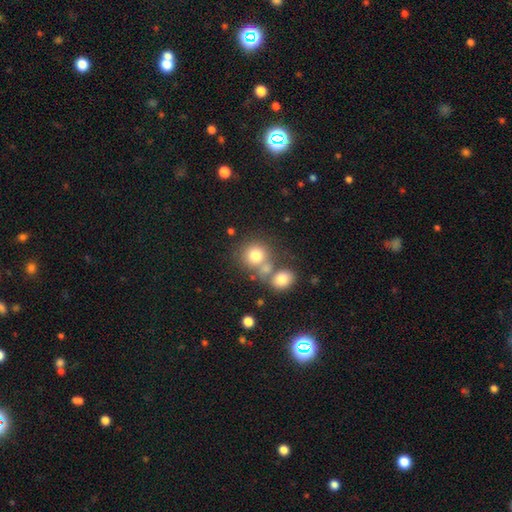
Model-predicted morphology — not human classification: A smooth galaxy with no disk features (77%) that is round (83%). Merging: none (48%).